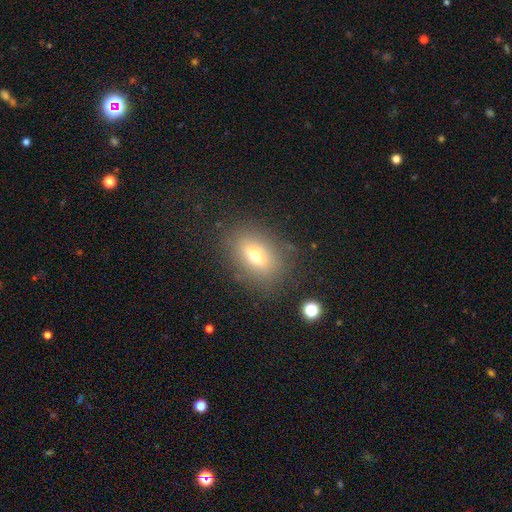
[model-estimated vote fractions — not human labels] Smooth or featured: smooth — 65% (featured or disk — 22%)
How rounded: in between — 76% (round — 20%)
Merging: none — 81% (minor disturbance — 12%)